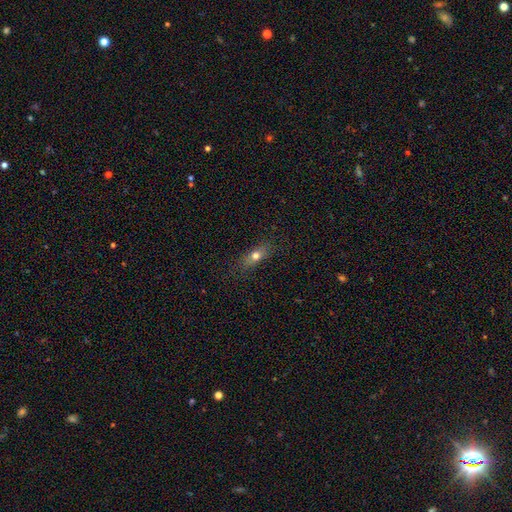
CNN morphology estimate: type=smooth (68%); roundness=in between (61%); merging=none (81%).